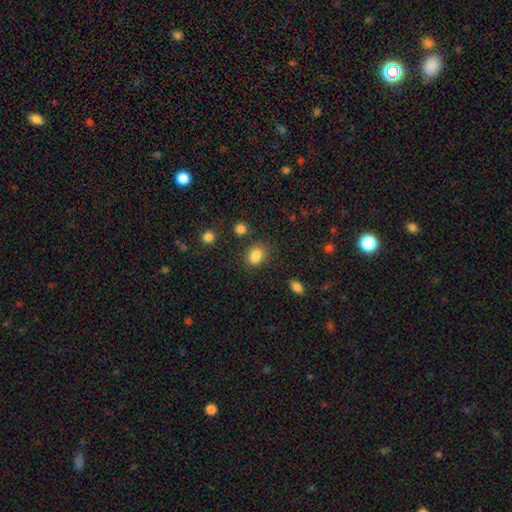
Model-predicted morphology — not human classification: Smooth or featured: smooth — 85% (star or artifact — 10%)
How rounded: in between — 69% (round — 30%)
Merging: none — 71% (minor disturbance — 16%)